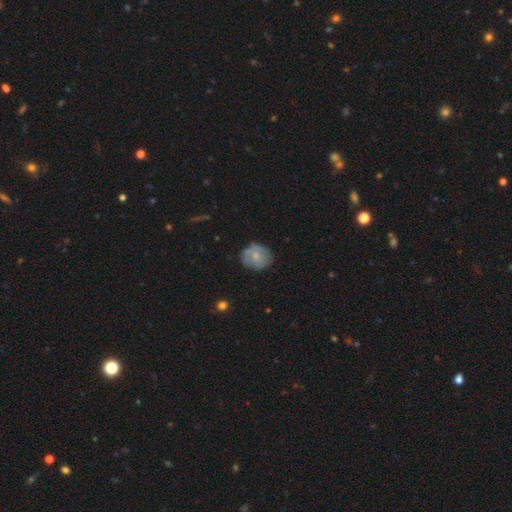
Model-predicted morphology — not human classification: This is possibly a smooth galaxy (58%). How rounded: likely round (71%). Merging: likely none (68%).